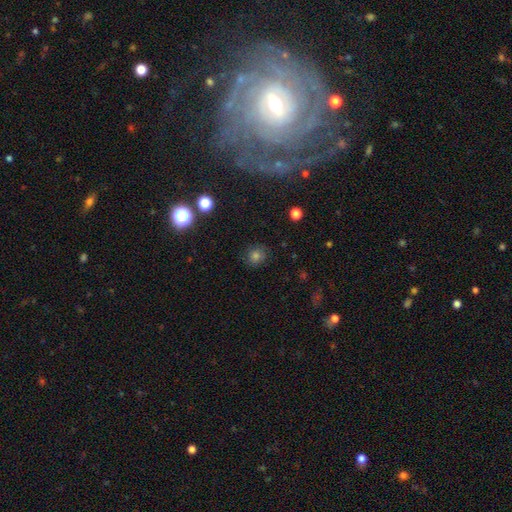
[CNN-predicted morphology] smooth_or_featured: smooth (p=0.69) [alt: star or artifact p=0.22]
how_rounded: round (p=0.83) [alt: in between p=0.16]
merging: none (p=0.84) [alt: minor disturbance p=0.11]